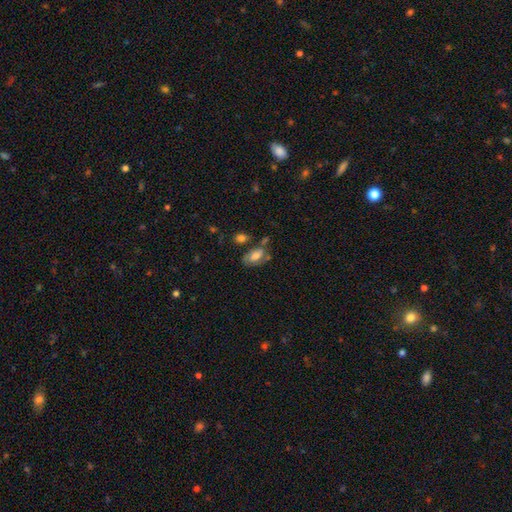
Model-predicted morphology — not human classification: Smooth or featured?
  - smooth: 50% *
  - featured or disk: 42%
  - star or artifact: 8%
How rounded?
  - in between: 89% *
  - round: 7%
  - cigar-shaped: 3%
Merging?
  - none: 50% *
  - minor disturbance: 23%
  - merger: 15%
  - major disturbance: 11%